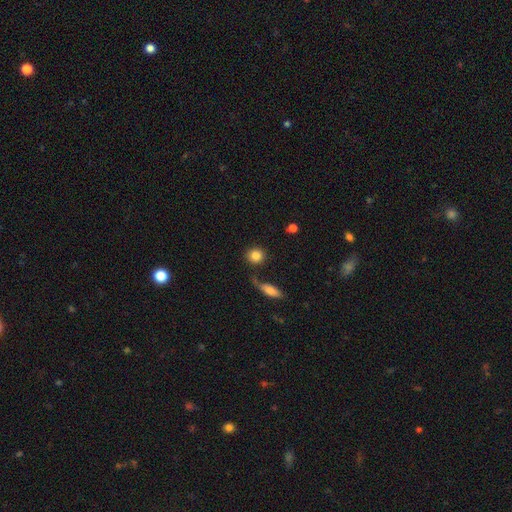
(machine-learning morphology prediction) Overall: smooth (84%). How rounded: round (85%). Merging: none (79%).